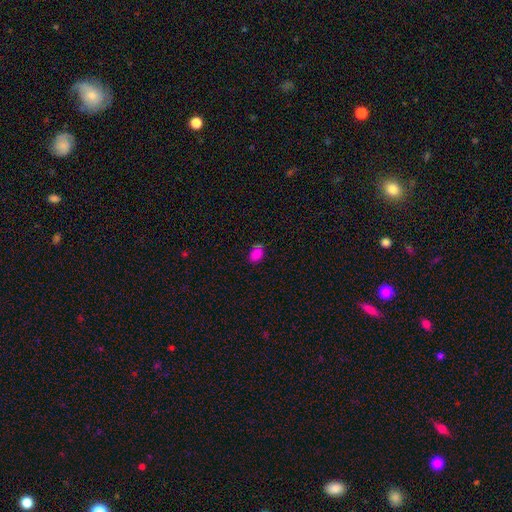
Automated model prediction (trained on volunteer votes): Smooth or featured: smooth — 79% (star or artifact — 16%)
How rounded: in between — 80% (round — 18%)
Merging: none — 72% (minor disturbance — 21%)